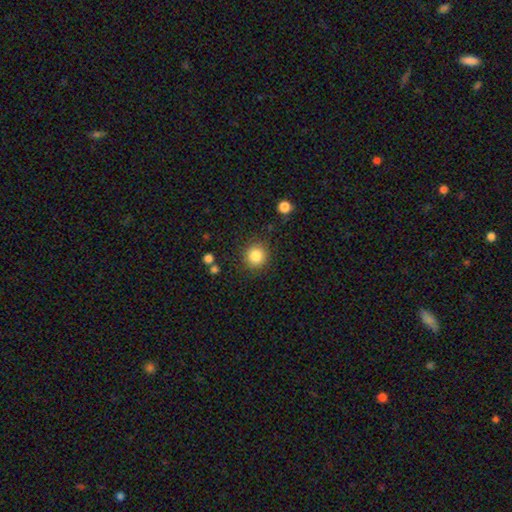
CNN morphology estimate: smooth_or_featured: smooth (p=0.85) [alt: star or artifact p=0.10]
how_rounded: round (p=0.91) [alt: in between p=0.08]
merging: none (p=0.87) [alt: minor disturbance p=0.08]